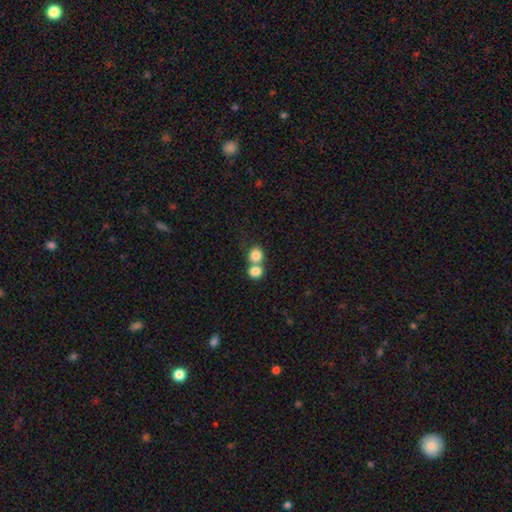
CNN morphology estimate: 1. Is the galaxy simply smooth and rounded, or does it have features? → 83% smooth, 9% star or artifact, 8% featured or disk.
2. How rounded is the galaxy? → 78% round, 21% in between, 1% cigar-shaped.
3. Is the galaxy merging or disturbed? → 55% merger, 37% none, 6% minor disturbance, 3% major disturbance.